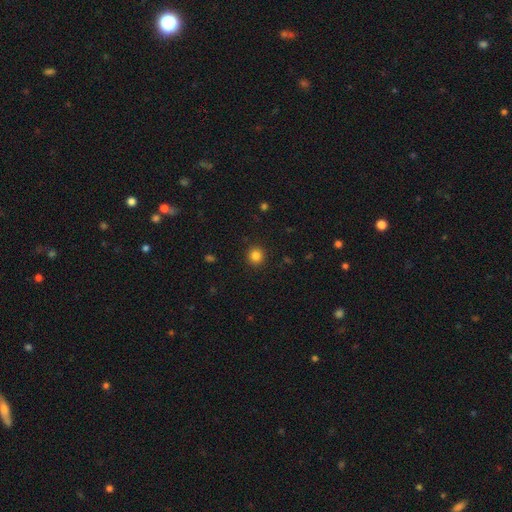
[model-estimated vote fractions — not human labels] smooth_or_featured: smooth (p=0.84) [alt: star or artifact p=0.12]
how_rounded: round (p=0.93) [alt: in between p=0.06]
merging: none (p=0.92) [alt: minor disturbance p=0.05]